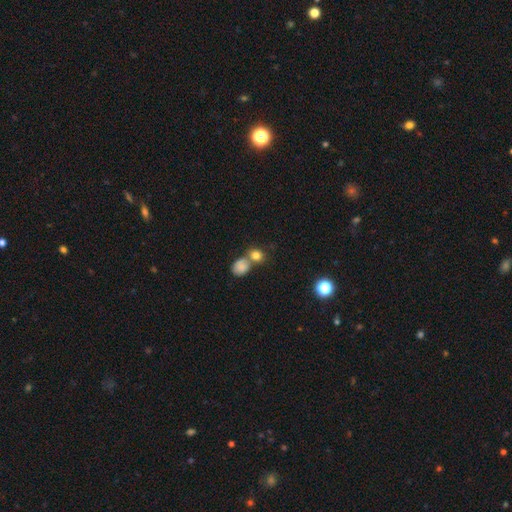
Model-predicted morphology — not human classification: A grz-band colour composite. It shows a smooth galaxy with no disk features (81%) that is round (71%). Merging: merger (46%).